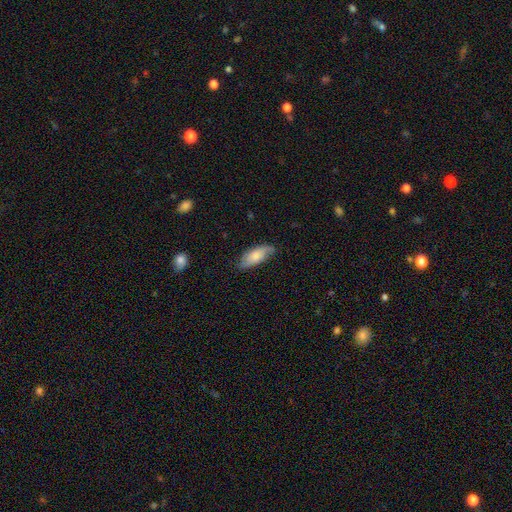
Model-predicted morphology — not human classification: Overall: smooth (66%; featured or disk 27%). How rounded: in between (81%). Merging: none (73%).